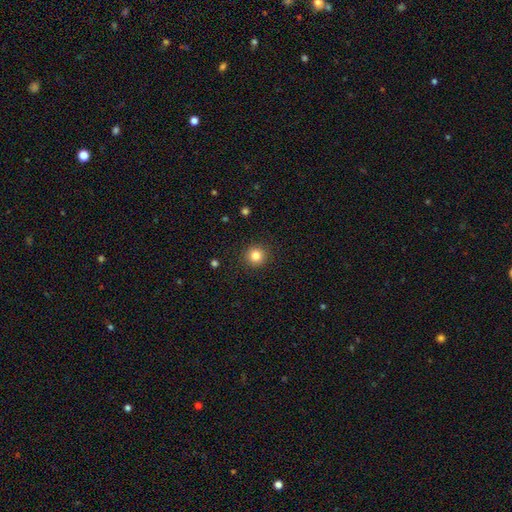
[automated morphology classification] Smooth or featured: smooth — 82% (star or artifact — 12%)
How rounded: round — 95% (in between — 4%)
Merging: none — 92% (minor disturbance — 5%)